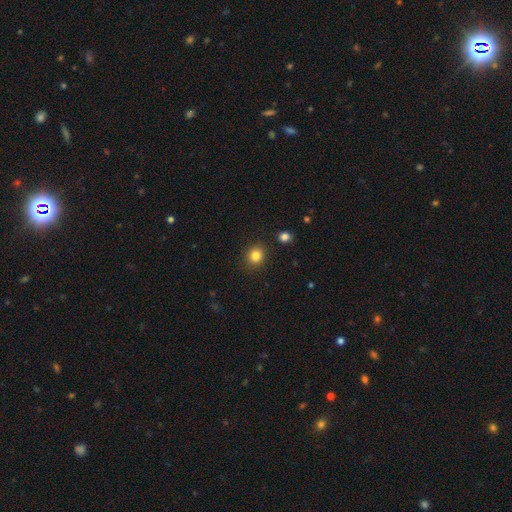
Smooth or featured? 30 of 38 (79%) said smooth. How rounded? 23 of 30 (77%) said round. Merging? 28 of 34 (82%) said none.